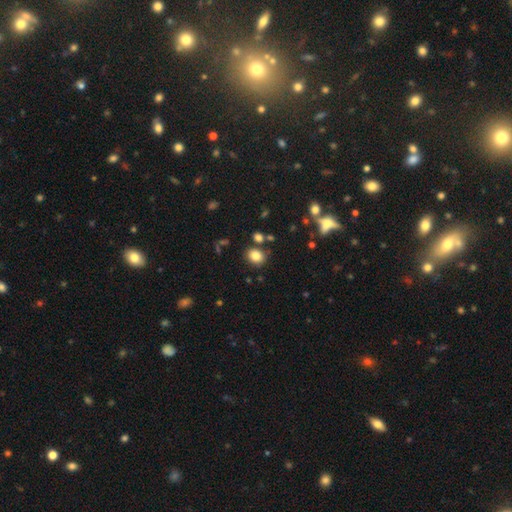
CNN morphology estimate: The model was most divided on "how rounded": round: 52%, in between: 47%, cigar-shaped: 1%. More confident: smooth or featured — smooth (83%); merging — none (80%).